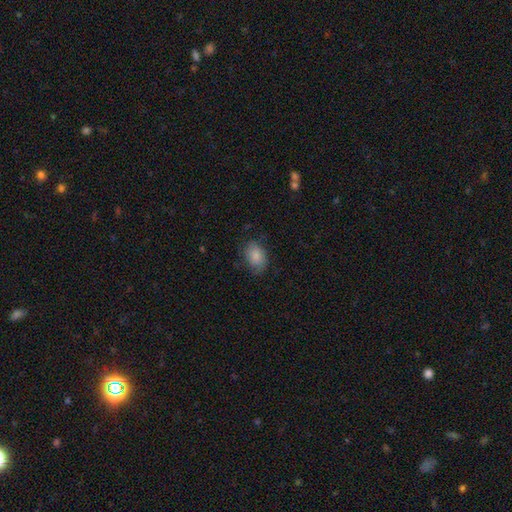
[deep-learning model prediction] This appears to be a smooth galaxy with no disk features (82%) that is in between round and cigar-shaped (80%). Merging: none (69%).